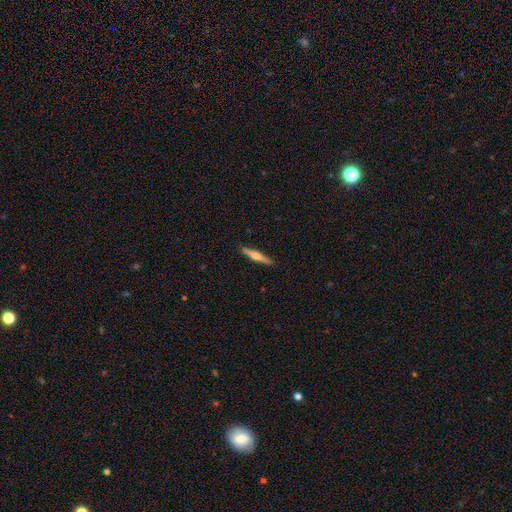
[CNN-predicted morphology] type=featured or disk (60%); edge-on=yes (97%); edge-on bulge=rounded (88%); merging=none (90%).